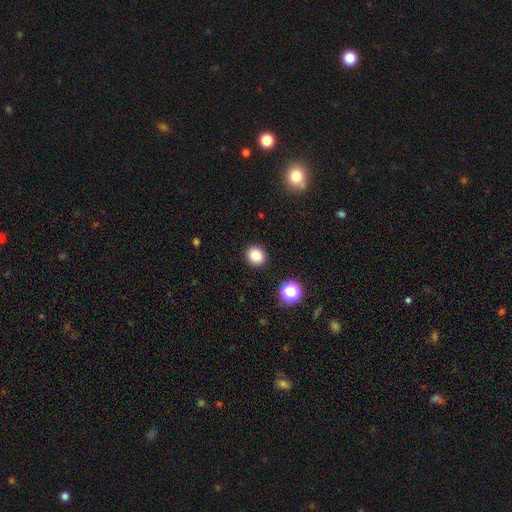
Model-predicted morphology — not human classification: This appears to be a smooth galaxy with no disk features (84%) that is round (74%). Merging: none (91%).